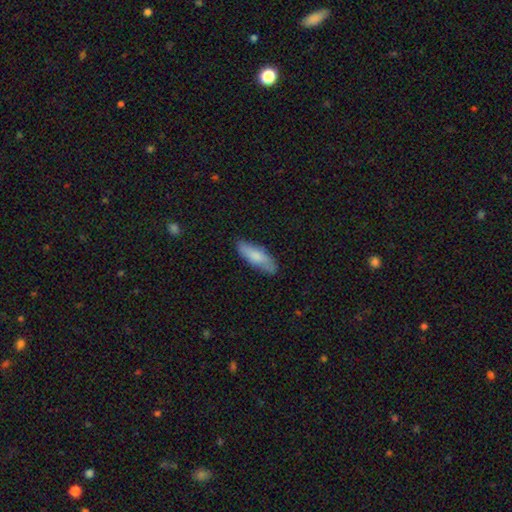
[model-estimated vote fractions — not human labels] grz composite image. It shows a smooth galaxy with no disk features (76%) that is in between round and cigar-shaped (53%). Merging: none (82%).